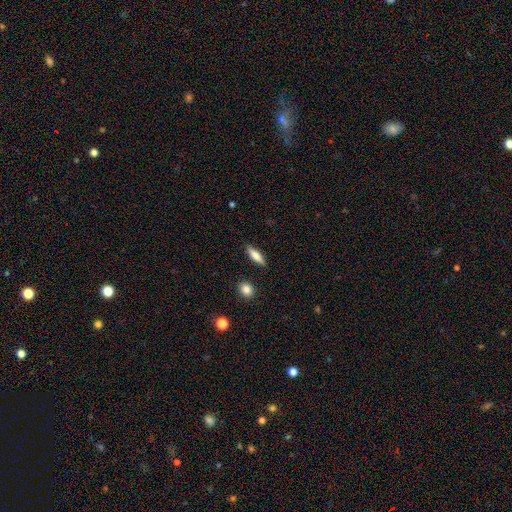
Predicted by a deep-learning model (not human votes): Smooth or featured? Predicted: smooth (p=0.78). How rounded? Predicted: cigar-shaped (p=0.59). Merging? Predicted: none (p=0.88).